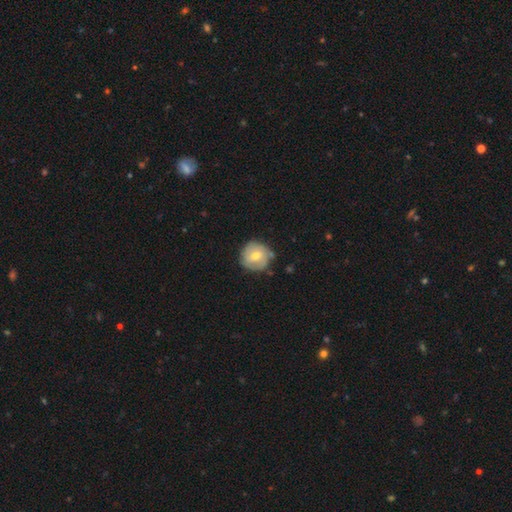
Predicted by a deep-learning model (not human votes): smooth-or-featured: smooth: 56% | featured or disk: 37% | star or artifact: 7%
  how-rounded: round: 92% | in between: 7% | cigar-shaped: 1%
  merging: none: 77% | minor disturbance: 17% | major disturbance: 4% | merger: 2%